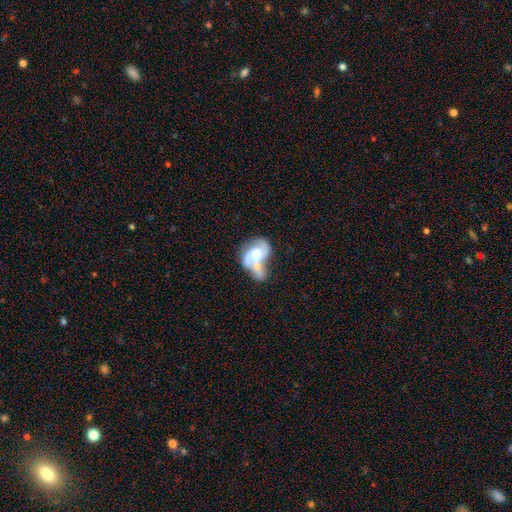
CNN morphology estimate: Smooth or featured?
  - featured or disk: 75% *
  - smooth: 19%
  - star or artifact: 6%
Edge-on disk?
  - no: 98% *
  - yes: 2%
Bar?
  - no: 63% *
  - weak: 30%
  - strong: 7%
Spiral arms?
  - yes: 87% *
  - no: 13%
Spiral winding?
  - medium: 45% *
  - loose: 35%
  - tight: 20%
Spiral arm count?
  - 2: 67% *
  - 3: 13%
  - can't tell: 10%
  - 1: 6%
  - 4: 2%
  - more than 4: 2%
Bulge size?
  - moderate: 52% *
  - small: 22%
  - large: 15%
  - none: 9%
  - dominant: 2%
Merging?
  - merger: 47% *
  - major disturbance: 21%
  - none: 17%
  - minor disturbance: 15%